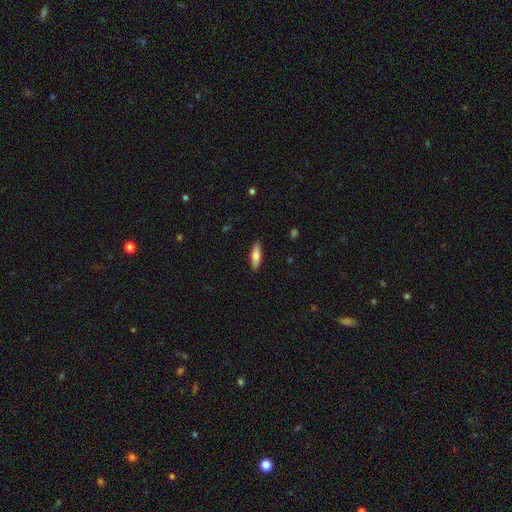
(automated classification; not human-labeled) Smooth or featured? smooth (73%)
How rounded? cigar-shaped (51%)
Merging? none (90%)